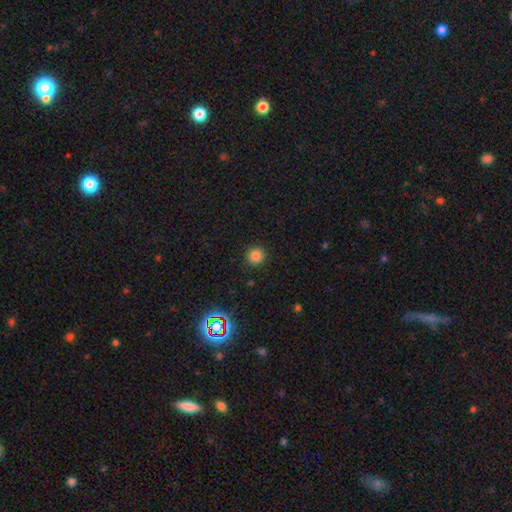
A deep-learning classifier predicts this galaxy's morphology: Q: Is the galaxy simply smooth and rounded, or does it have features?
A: smooth — 82%.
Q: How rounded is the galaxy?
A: round — 95%.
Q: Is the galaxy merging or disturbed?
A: none — 92%.